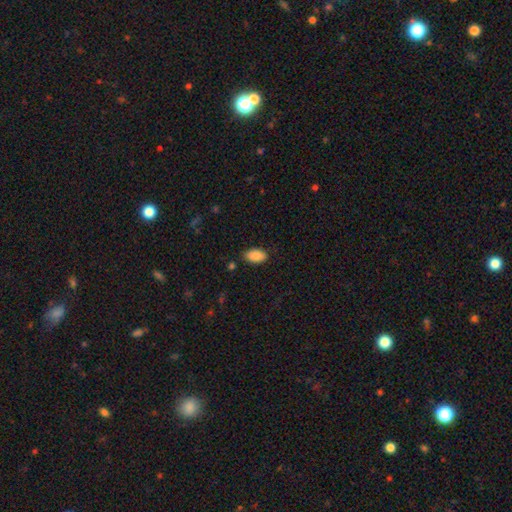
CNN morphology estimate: The model was most divided on "merging": none: 82%, minor disturbance: 13%, major disturbance: 3%, merger: 2%. More confident: how rounded — in between (94%); smooth or featured — smooth (89%).